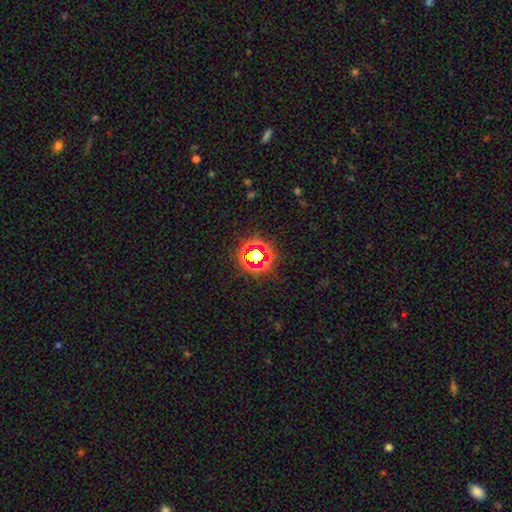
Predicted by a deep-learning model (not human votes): smooth_or_featured: star or artifact (p=0.68) [alt: smooth p=0.21]